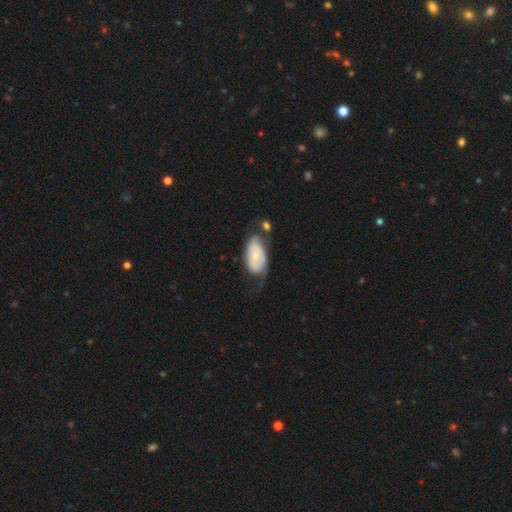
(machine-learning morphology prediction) featured or disk 58%, smooth 37%, star or artifact 6%. Down the decision tree: edge-on disk — no (93%); bar — no (73%); spiral arms — yes (65%); bulge size — small (58%); merging — none (41%).